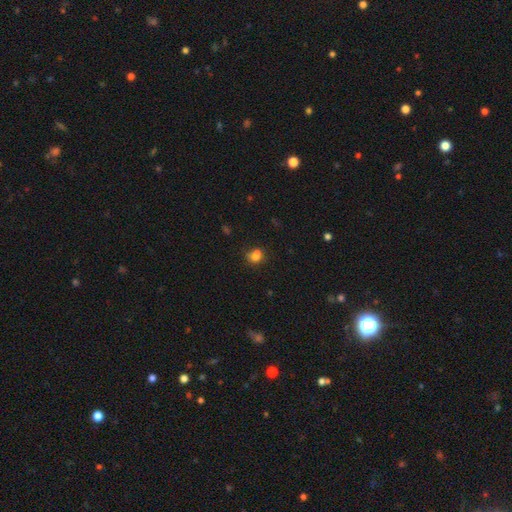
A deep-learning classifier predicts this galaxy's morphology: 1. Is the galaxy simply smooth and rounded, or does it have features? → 77% smooth, 14% star or artifact, 10% featured or disk.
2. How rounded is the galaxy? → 60% round, 38% in between, 1% cigar-shaped.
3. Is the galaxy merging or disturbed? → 46% none, 28% merger, 18% minor disturbance, 8% major disturbance.